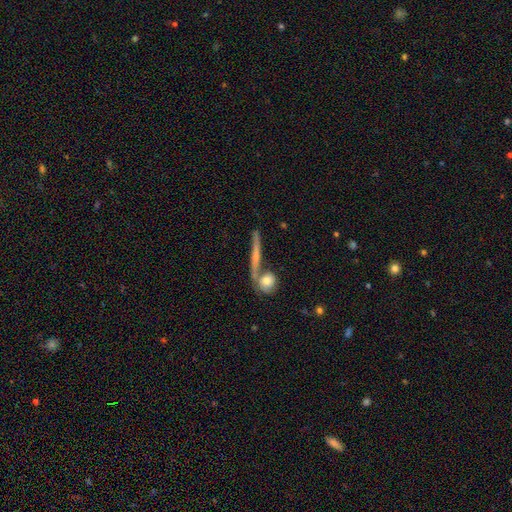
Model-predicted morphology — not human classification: The model was most divided on "edge-on bulge": rounded: 50%, none: 42%, boxy: 8%. More confident: edge-on disk — yes (88%); merging — none (62%); smooth or featured — featured or disk (58%).